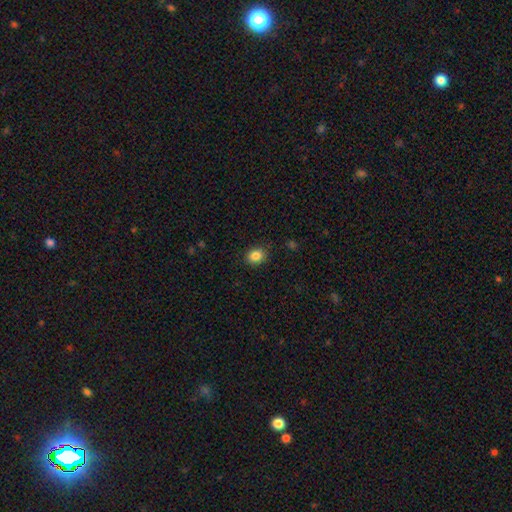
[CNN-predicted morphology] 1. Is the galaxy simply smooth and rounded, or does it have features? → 85% smooth, 10% star or artifact, 5% featured or disk.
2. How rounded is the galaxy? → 61% round, 38% in between, 1% cigar-shaped.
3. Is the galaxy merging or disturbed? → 89% none, 8% minor disturbance, 2% major disturbance, 1% merger.